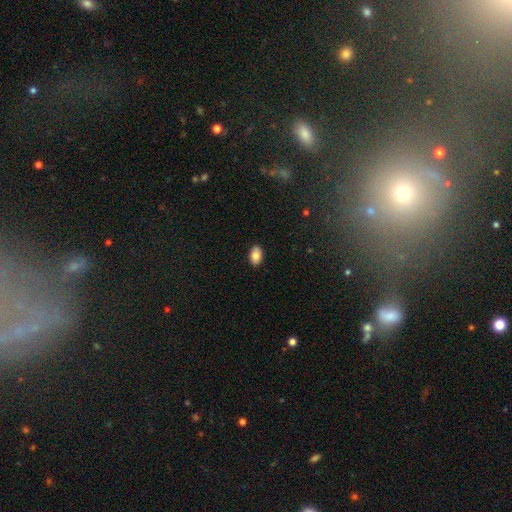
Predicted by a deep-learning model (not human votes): A smooth galaxy with no disk features (81%) that is in between round and cigar-shaped (89%).

Vote fractions:
- Smooth or featured? smooth: 81% / featured or disk: 11% / star or artifact: 8%
- How rounded? in between: 89% / round: 10% / cigar-shaped: 1%
- Merging? none: 88% / minor disturbance: 9% / major disturbance: 2% / merger: 1%